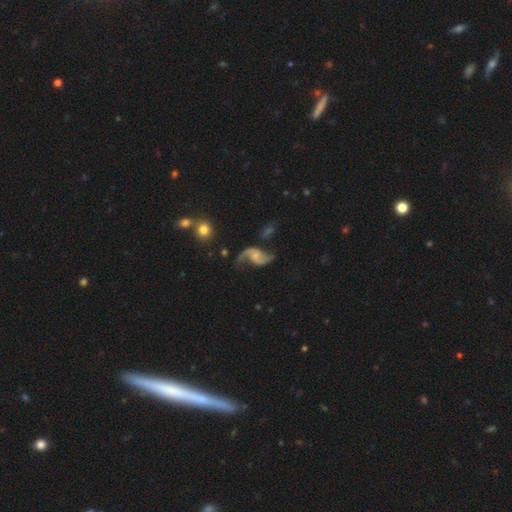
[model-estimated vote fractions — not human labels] This is clearly a featured or disk galaxy (88%). It is clearly not viewed edge-on (98%). Bar: possibly no (59%). Spiral arm pattern: clearly yes (96%). Spiral arm count: clearly 2 (92%). Spiral winding: clearly loose (80%). Central bulge: possibly small (54%). Merging: likely none (63%).